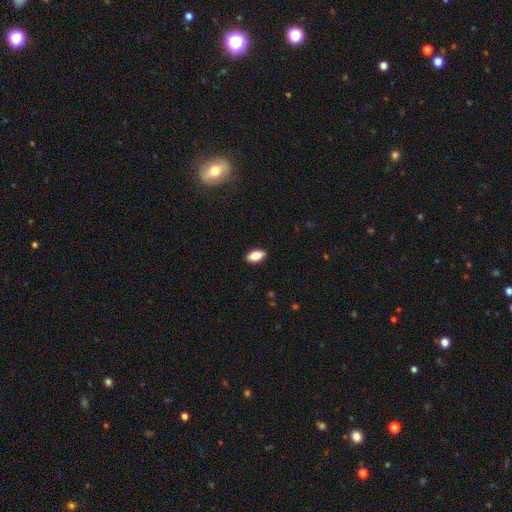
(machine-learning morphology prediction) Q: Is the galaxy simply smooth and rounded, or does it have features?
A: smooth — 85%.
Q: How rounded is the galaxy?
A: in between — 91%.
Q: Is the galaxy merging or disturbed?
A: none — 89%.